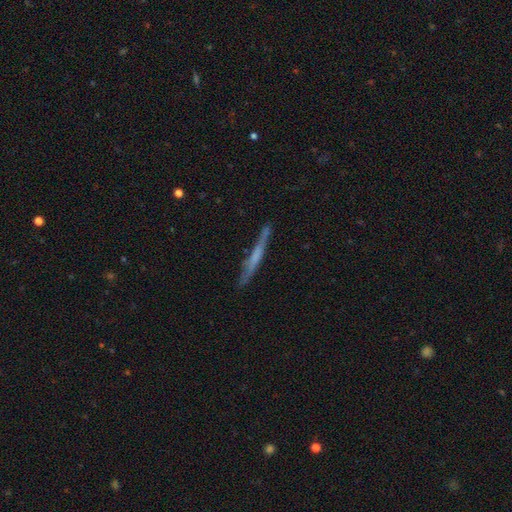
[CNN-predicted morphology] type=featured or disk (55%); edge-on=yes (94%); edge-on bulge=none (69%); merging=none (81%).